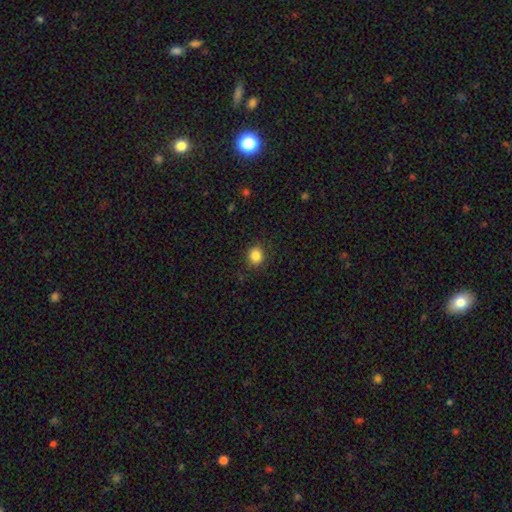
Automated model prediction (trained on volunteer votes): A smooth galaxy with no disk features (85%) that is round (79%).

Vote fractions:
- Smooth or featured? smooth: 85% / star or artifact: 10% / featured or disk: 4%
- How rounded? round: 79% / in between: 20% / cigar-shaped: 1%
- Merging? none: 89% / minor disturbance: 7% / major disturbance: 2% / merger: 1%